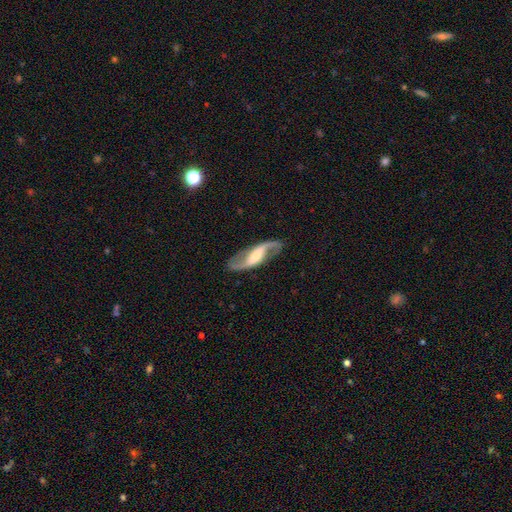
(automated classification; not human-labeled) Smooth or featured?
  - featured or disk: 87% *
  - smooth: 9%
  - star or artifact: 4%
Edge-on disk?
  - no: 92% *
  - yes: 8%
Bar?
  - strong: 40% *
  - weak: 39%
  - no: 22%
Spiral arms?
  - yes: 96% *
  - no: 4%
Spiral winding?
  - loose: 61% *
  - medium: 32%
  - tight: 7%
Spiral arm count?
  - 2: 93% *
  - 1: 2%
  - can't tell: 2%
  - 3: 1%
  - 4: 1%
  - more than 4: 1%
Bulge size?
  - moderate: 40% *
  - small: 25%
  - large: 21%
  - none: 12%
  - dominant: 3%
Merging?
  - none: 84% *
  - minor disturbance: 10%
  - major disturbance: 4%
  - merger: 1%